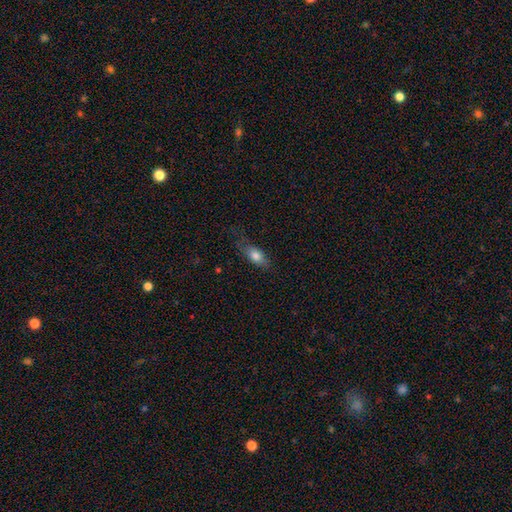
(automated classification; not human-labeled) Q: Smooth or featured?
A: smooth (77%); runner-up: featured or disk (15%)
Q: How rounded?
A: in between (80%); runner-up: cigar-shaped (15%)
Q: Merging?
A: none (61%); runner-up: minor disturbance (27%)